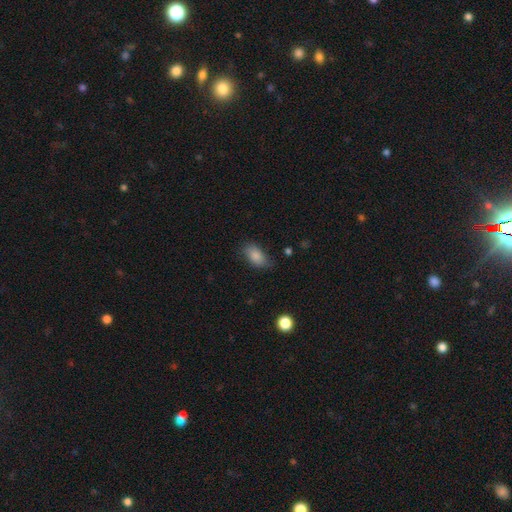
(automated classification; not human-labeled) Overall: smooth (86%). How rounded: in between (91%). Merging: none (74%).